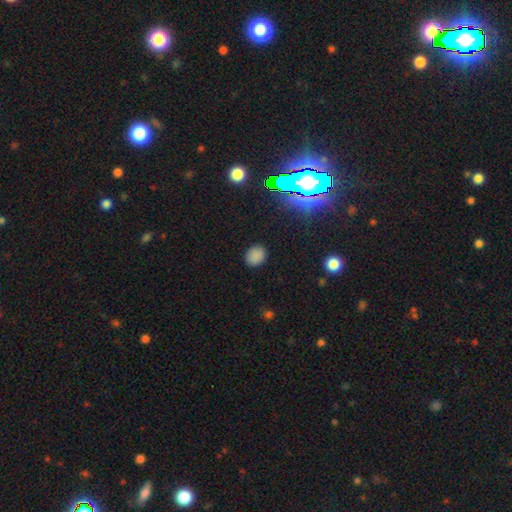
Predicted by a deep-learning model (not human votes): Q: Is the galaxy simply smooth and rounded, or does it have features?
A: smooth — 82%.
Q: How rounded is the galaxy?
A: round — 59%.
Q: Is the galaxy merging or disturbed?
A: none — 87%.